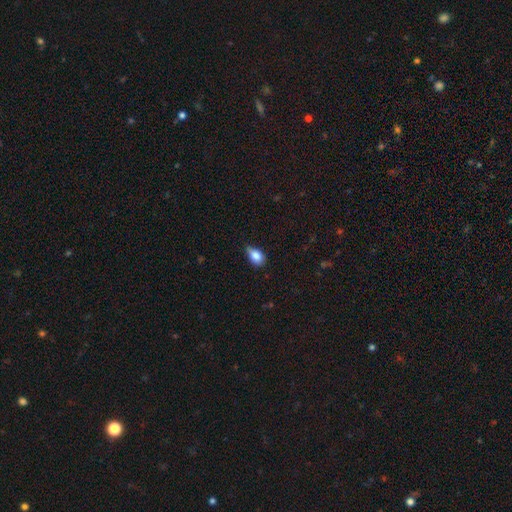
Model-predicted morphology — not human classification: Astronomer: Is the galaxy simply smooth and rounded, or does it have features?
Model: smooth — 84%.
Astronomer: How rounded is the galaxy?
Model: in between — 82%.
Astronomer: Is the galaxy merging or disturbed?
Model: none — 49% (runner-up: minor disturbance, 42%).